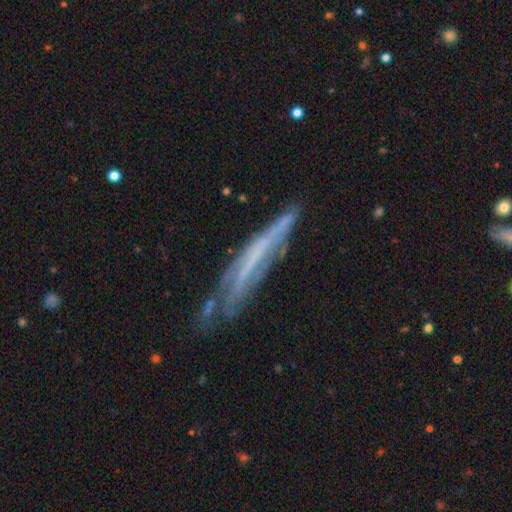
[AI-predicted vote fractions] Morphology: type=featured or disk (66%); edge-on=yes (71%); merging=none (55%).